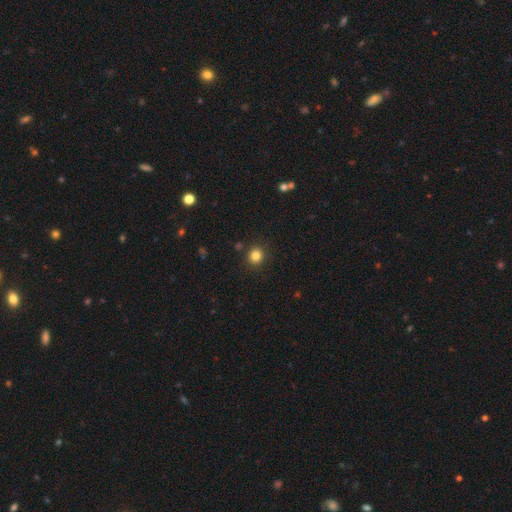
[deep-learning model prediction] Morphology: type=smooth (83%); roundness=round (88%); merging=none (89%).